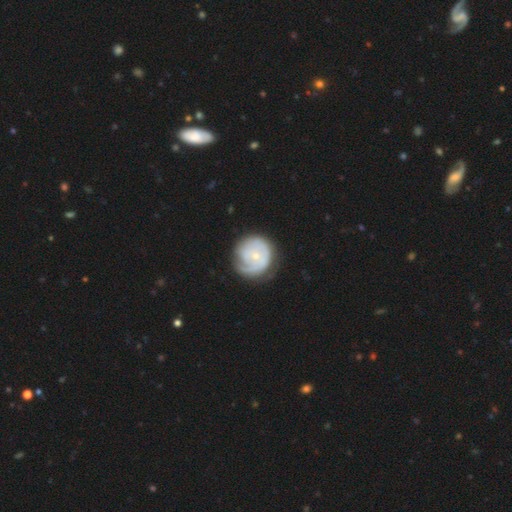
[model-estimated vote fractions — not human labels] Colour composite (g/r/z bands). It shows a featured or disk galaxy (59%) with no bar (80%), spiral arms (72%) and a small central bulge (74%). Merging: none (58%).